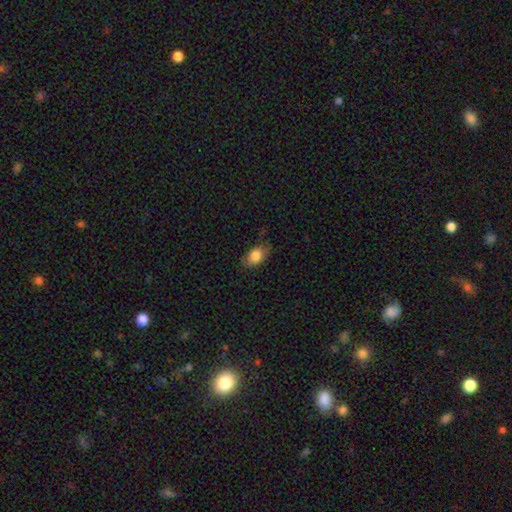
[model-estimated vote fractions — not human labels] Smooth or featured: smooth — 82% (featured or disk — 10%)
How rounded: in between — 87% (round — 10%)
Merging: none — 79% (minor disturbance — 16%)